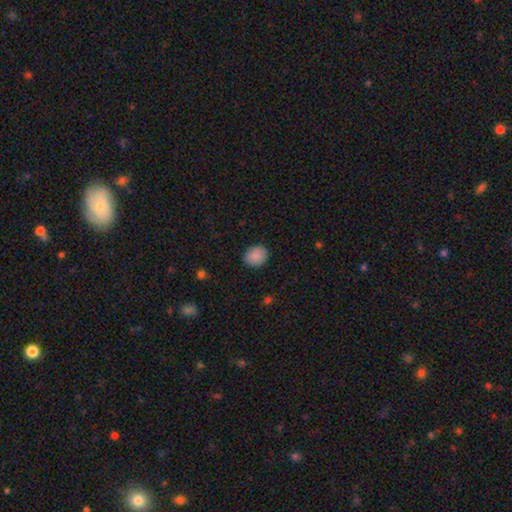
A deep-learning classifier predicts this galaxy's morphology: smooth 89%, star or artifact 8%, featured or disk 4%. Down the decision tree: how rounded — round (65%); merging — none (88%).